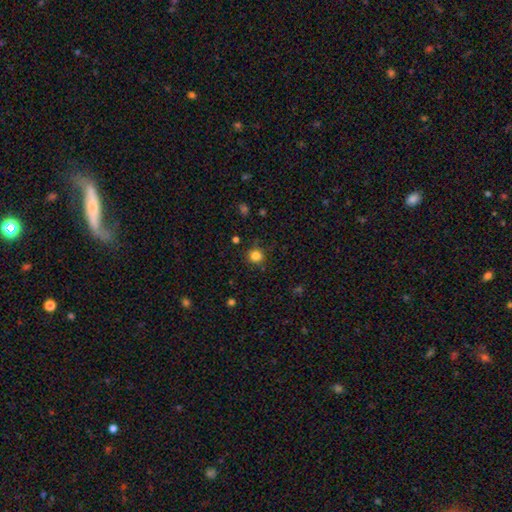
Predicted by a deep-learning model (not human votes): Smooth or featured? Predicted: smooth (p=0.83). How rounded? Predicted: round (p=0.91). Merging? Predicted: none (p=0.87).